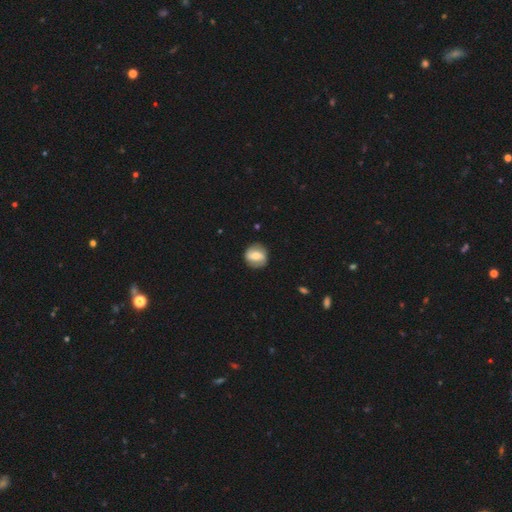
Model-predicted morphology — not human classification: Overall: featured or disk (47%; smooth 46%). Merging: none (84%).